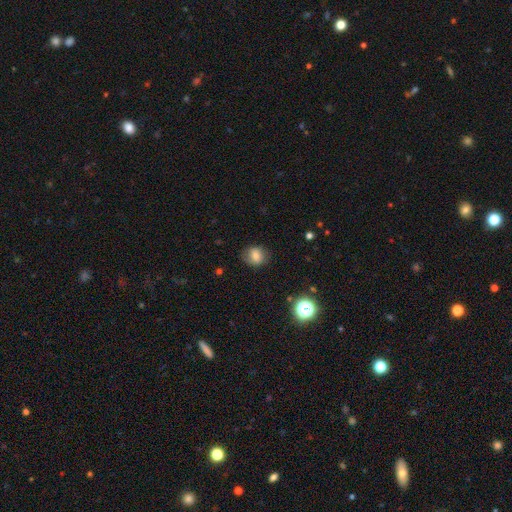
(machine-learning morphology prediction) smooth_or_featured: smooth (p=0.74) [alt: featured or disk p=0.14]
how_rounded: round (p=0.63) [alt: in between p=0.35]
merging: none (p=0.79) [alt: minor disturbance p=0.16]